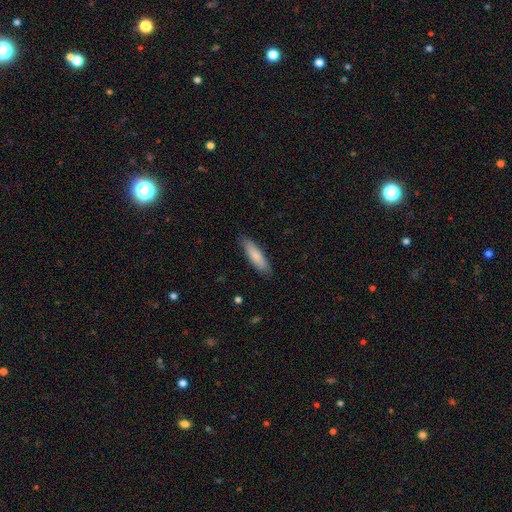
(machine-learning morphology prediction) Q: Smooth or featured?
A: smooth (81%); runner-up: featured or disk (14%)
Q: How rounded?
A: cigar-shaped (71%); runner-up: in between (28%)
Q: Merging?
A: none (87%); runner-up: minor disturbance (10%)